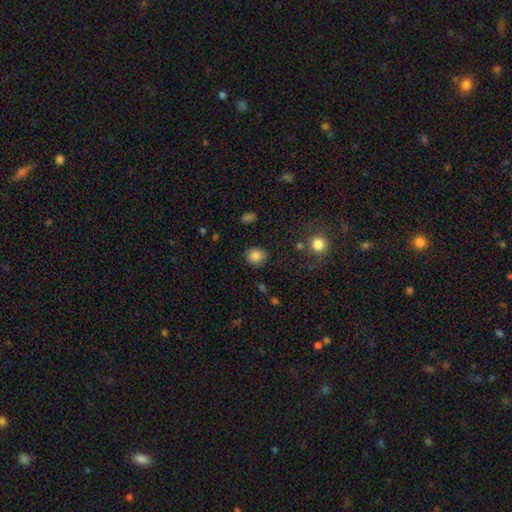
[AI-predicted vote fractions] A smooth galaxy with no disk features (84%) that is round (59%). Merging: none (83%).